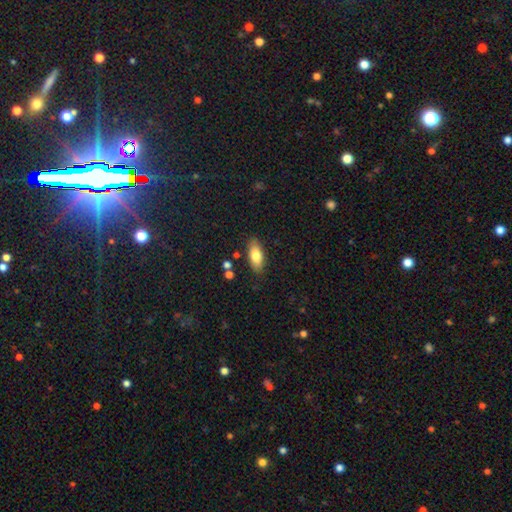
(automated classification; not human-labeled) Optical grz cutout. It shows a smooth galaxy with no disk features (79%) that is in between round and cigar-shaped (82%). Merging: none (84%).